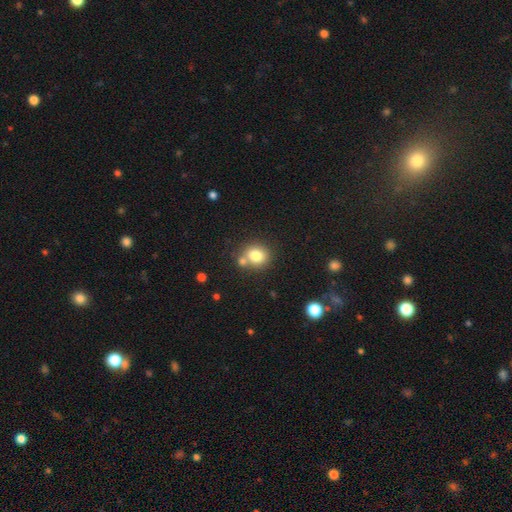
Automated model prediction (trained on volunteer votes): smooth 78%, star or artifact 11%, featured or disk 11%. Down the decision tree: how rounded — round (75%); merging — none (61%).